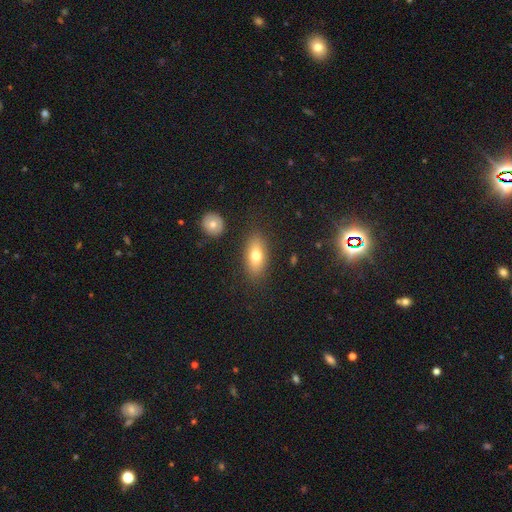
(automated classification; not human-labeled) This appears to be a smooth galaxy with no disk features (73%) that is in between round and cigar-shaped (83%). Merging: none (83%).